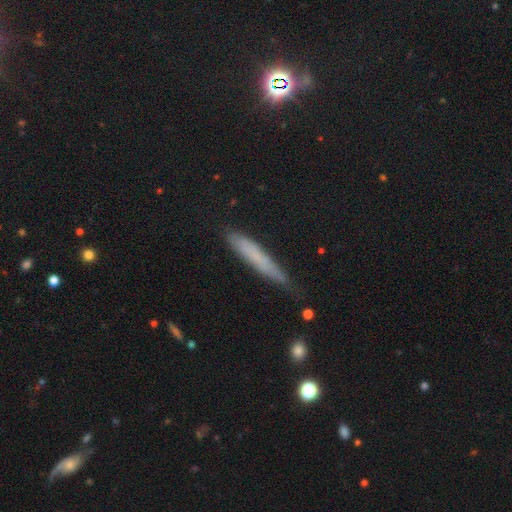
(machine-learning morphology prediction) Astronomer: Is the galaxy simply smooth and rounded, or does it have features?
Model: smooth — 64%.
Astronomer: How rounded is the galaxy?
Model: cigar-shaped — 93%.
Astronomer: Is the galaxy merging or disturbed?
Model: none — 70%.